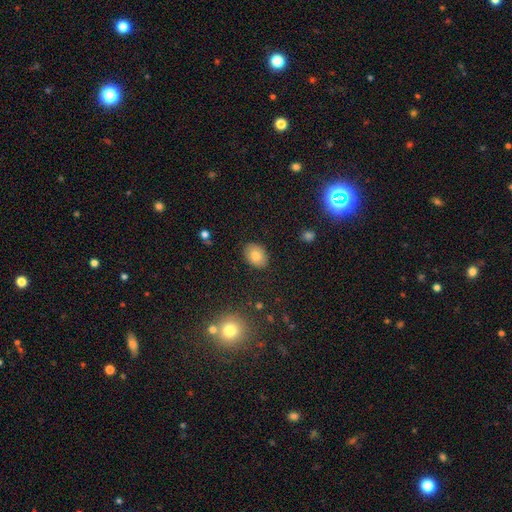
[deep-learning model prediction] This is likely a smooth galaxy (80%). How rounded: likely in between (76%). Merging: clearly none (86%).